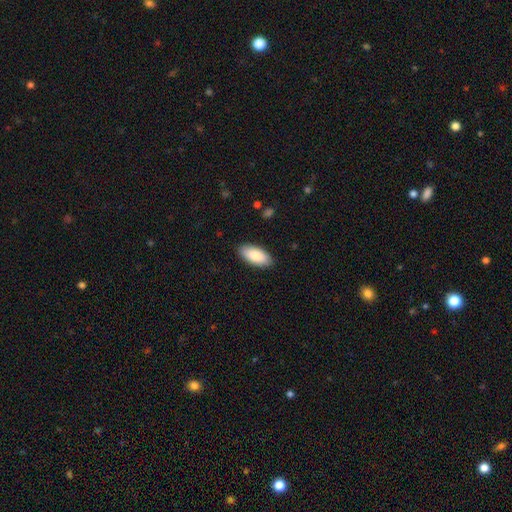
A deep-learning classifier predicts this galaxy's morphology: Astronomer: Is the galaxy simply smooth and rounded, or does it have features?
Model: smooth — 85%.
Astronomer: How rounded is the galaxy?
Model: in between — 90%.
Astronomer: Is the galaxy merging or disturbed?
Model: none — 89%.